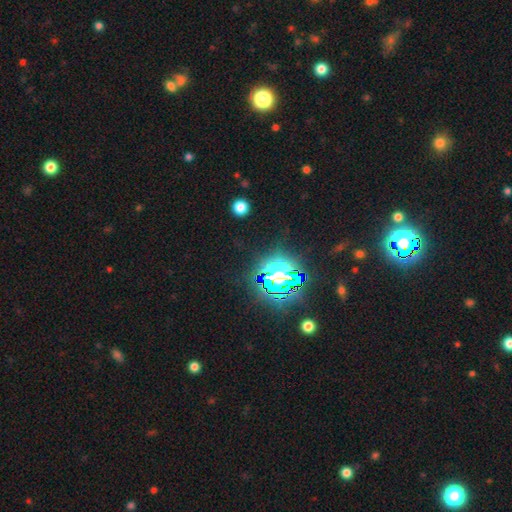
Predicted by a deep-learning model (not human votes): Smooth or featured: star or artifact — 81% (smooth — 11%)